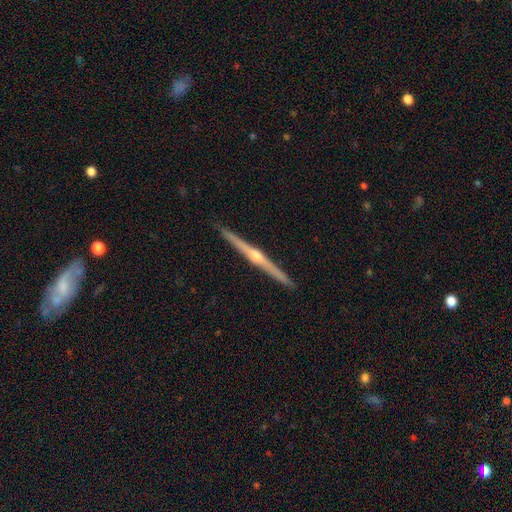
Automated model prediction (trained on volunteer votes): A featured or disk galaxy (86%) viewed edge-on (99%) with a rounded central bulge (90%).

Vote fractions:
- Smooth or featured? featured or disk: 86% / smooth: 9% / star or artifact: 5%
- Edge-on disk? yes: 99% / no: 1%
- Edge-on bulge? rounded: 90% / none: 6% / boxy: 4%
- Merging? none: 93% / minor disturbance: 5% / major disturbance: 1% / merger: 1%